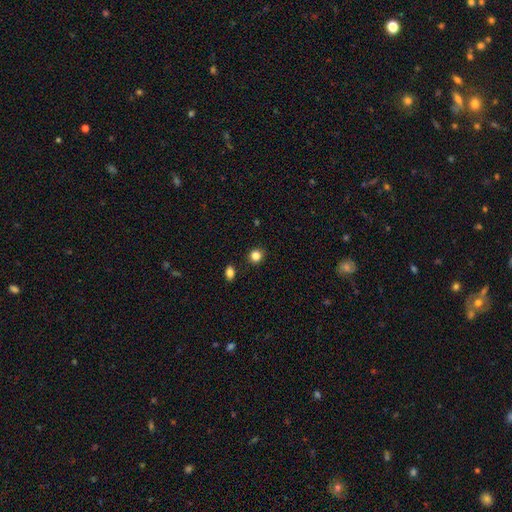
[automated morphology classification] Smooth or featured? smooth (84%)
How rounded? round (85%)
Merging? none (88%)